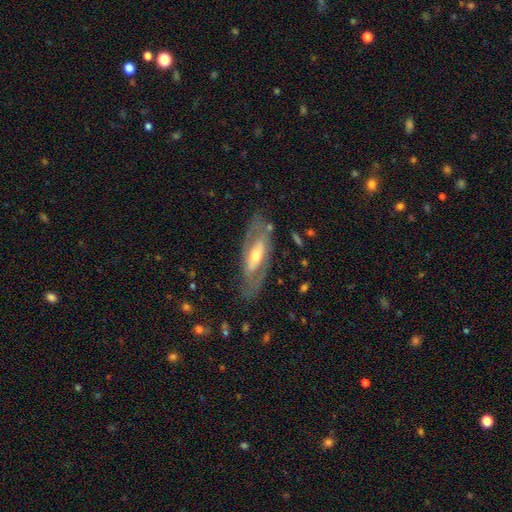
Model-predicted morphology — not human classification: type=featured or disk (72%); edge-on=no (79%); bar=no (40%); spiral arms=no (51%); bulge=moderate (64%); merging=none (75%).